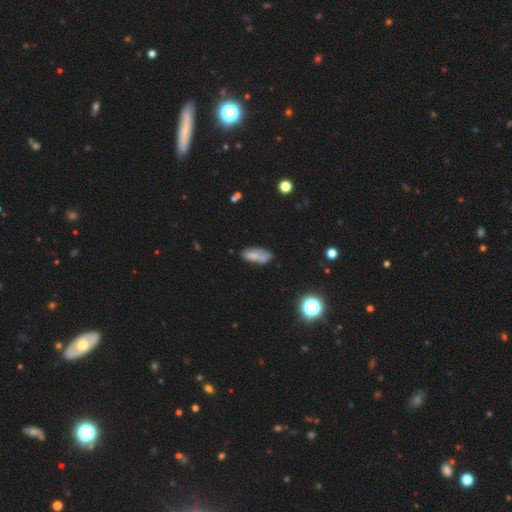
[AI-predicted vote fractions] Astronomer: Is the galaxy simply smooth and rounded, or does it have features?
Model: smooth — 72%.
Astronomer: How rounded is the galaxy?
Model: in between — 77%.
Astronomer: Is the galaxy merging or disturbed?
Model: none — 60%.